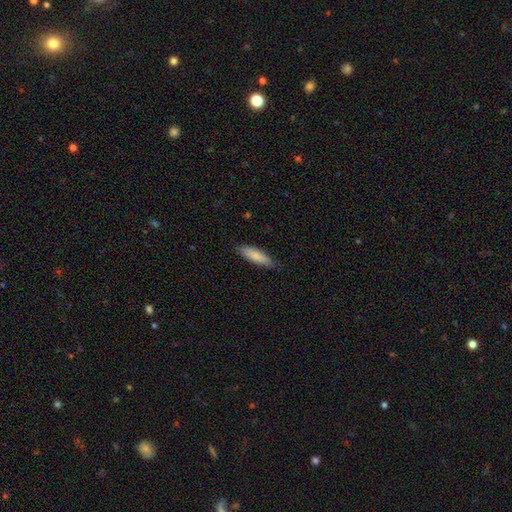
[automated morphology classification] smooth_or_featured: smooth (p=0.82) [alt: featured or disk p=0.12]
how_rounded: cigar-shaped (p=0.61) [alt: in between p=0.38]
merging: none (p=0.83) [alt: minor disturbance p=0.14]